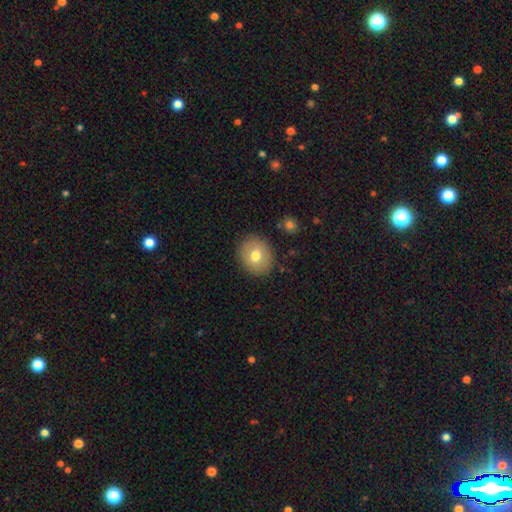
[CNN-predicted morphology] smooth_or_featured: smooth (p=0.73) [alt: featured or disk p=0.18]
how_rounded: round (p=0.77) [alt: in between p=0.22]
merging: none (p=0.88) [alt: minor disturbance p=0.08]